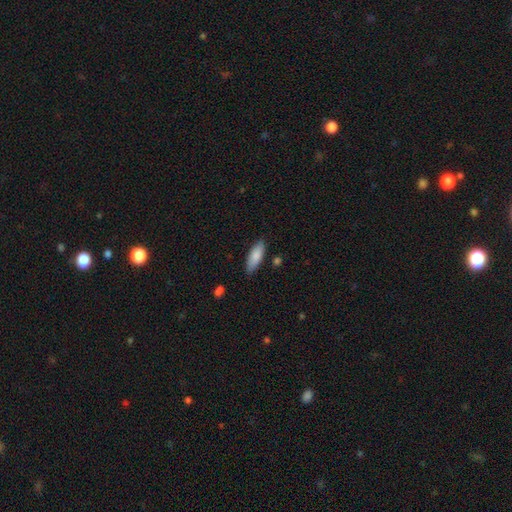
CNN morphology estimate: A smooth galaxy with no disk features (85%) that is in between round and cigar-shaped (67%).

Vote fractions:
- Smooth or featured? smooth: 85% / featured or disk: 9% / star or artifact: 6%
- How rounded? in between: 67% / cigar-shaped: 31% / round: 2%
- Merging? none: 84% / minor disturbance: 12% / major disturbance: 2% / merger: 2%